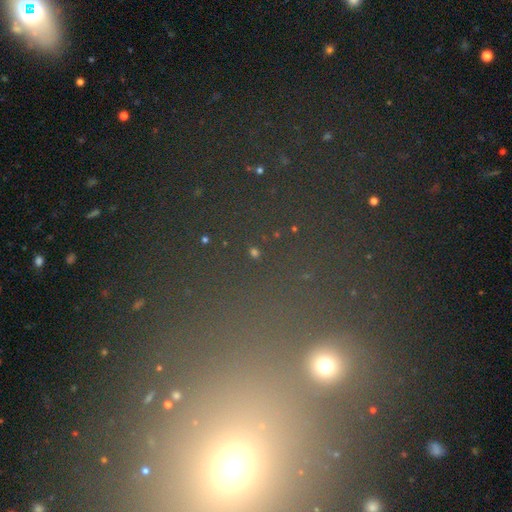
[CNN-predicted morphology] This is possibly a star or artifact rather than a galaxy (56%).